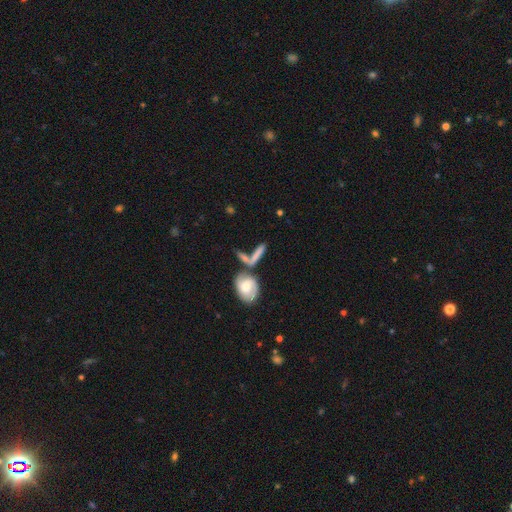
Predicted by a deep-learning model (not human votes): Smooth or featured?
  - smooth: 58% *
  - featured or disk: 34%
  - star or artifact: 9%
How rounded?
  - cigar-shaped: 53% *
  - in between: 40%
  - round: 6%
Merging?
  - merger: 40% *
  - none: 38%
  - minor disturbance: 13%
  - major disturbance: 9%